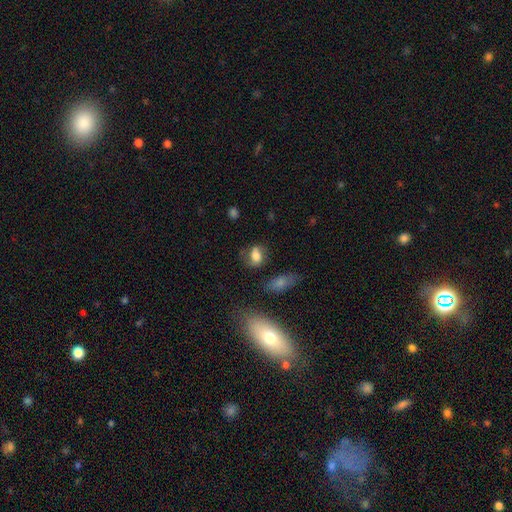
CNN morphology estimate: Smooth or featured? Predicted: smooth (p=0.67). How rounded? Predicted: in between (p=0.67). Merging? Predicted: none (p=0.59).